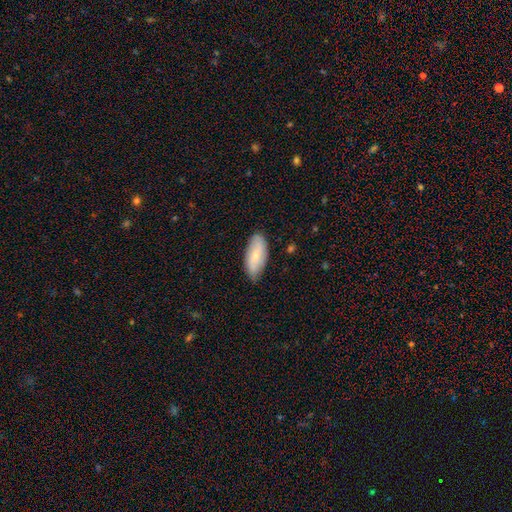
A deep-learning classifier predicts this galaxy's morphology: Smooth or featured? smooth (70%)
How rounded? in between (87%)
Merging? none (78%)